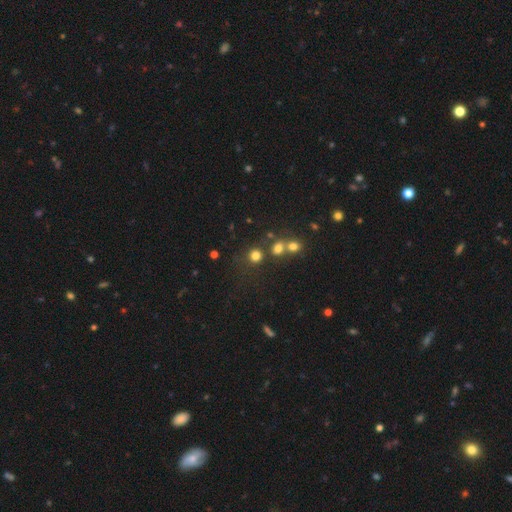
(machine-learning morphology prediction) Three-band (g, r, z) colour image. It shows a smooth galaxy with no disk features (74%) that is round (86%). Merging: none (63%).